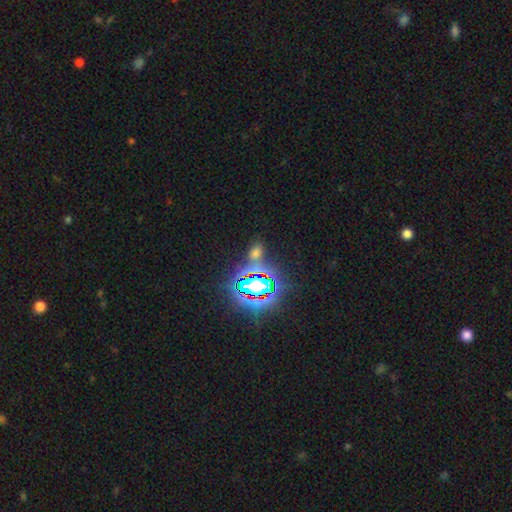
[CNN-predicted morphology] This appears to be a star or artifact, not a galaxy (71%).